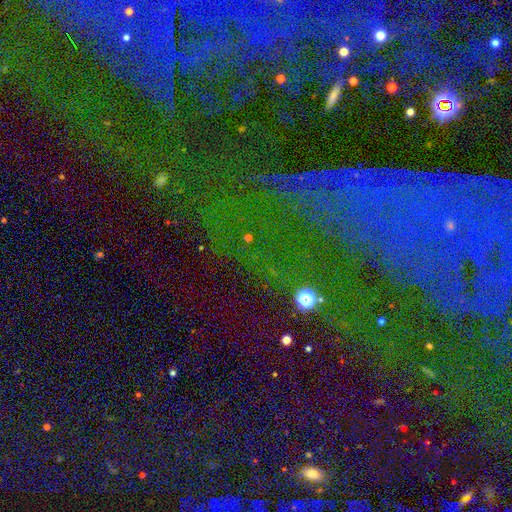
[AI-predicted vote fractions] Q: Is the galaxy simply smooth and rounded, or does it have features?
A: star or artifact — 82%.